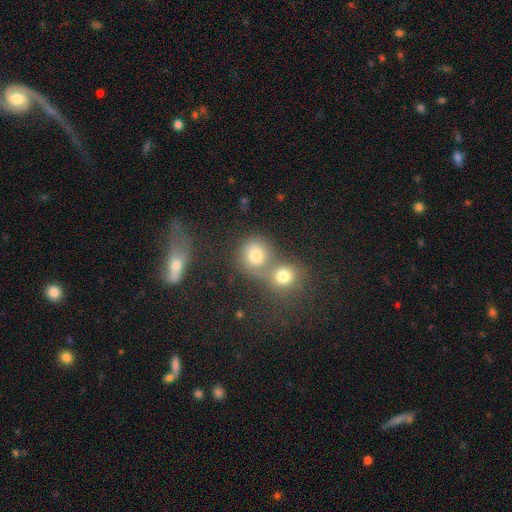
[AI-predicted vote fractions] A smooth galaxy with no disk features (72%) that is round (80%). Merging: merger (52%).